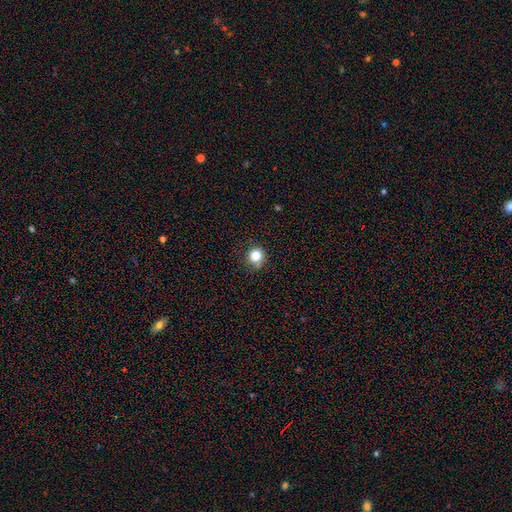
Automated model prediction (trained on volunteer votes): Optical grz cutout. It shows a smooth galaxy with no disk features (83%) that is round (88%). Merging: none (74%).